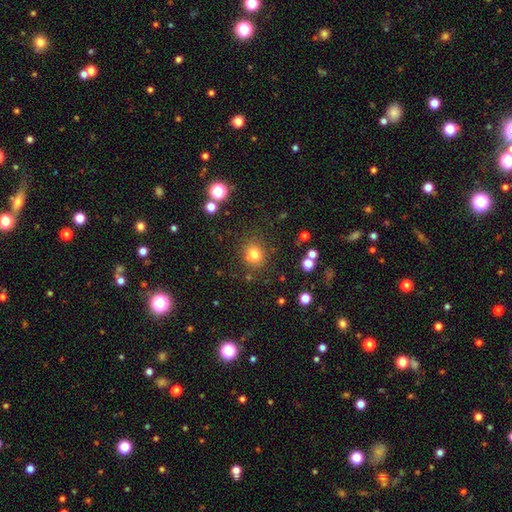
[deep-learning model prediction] Smooth or featured? Predicted: smooth (p=0.78). How rounded? Predicted: round (p=0.75). Merging? Predicted: none (p=0.77).